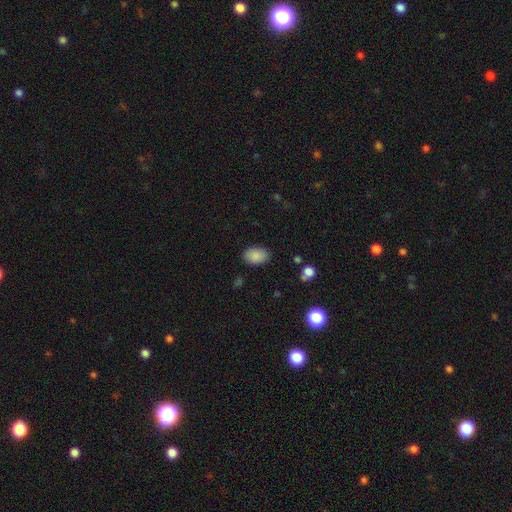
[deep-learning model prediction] Smooth or featured? smooth (88%)
How rounded? in between (89%)
Merging? none (86%)